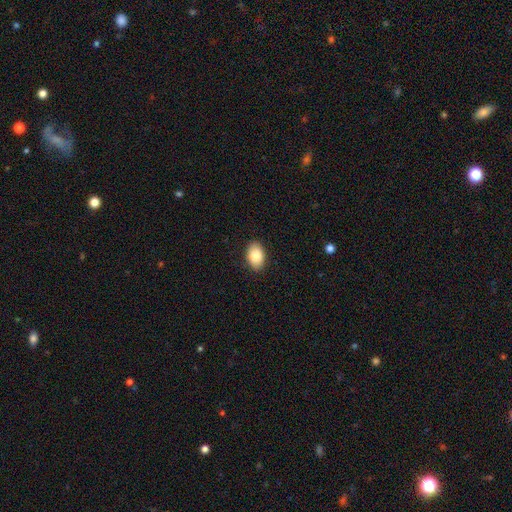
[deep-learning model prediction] A smooth galaxy with no disk features (86%) that is in between round and cigar-shaped (90%).

Vote fractions:
- Smooth or featured? smooth: 86% / featured or disk: 7% / star or artifact: 7%
- How rounded? in between: 90% / round: 9% / cigar-shaped: 1%
- Merging? none: 89% / minor disturbance: 8% / major disturbance: 2% / merger: 1%